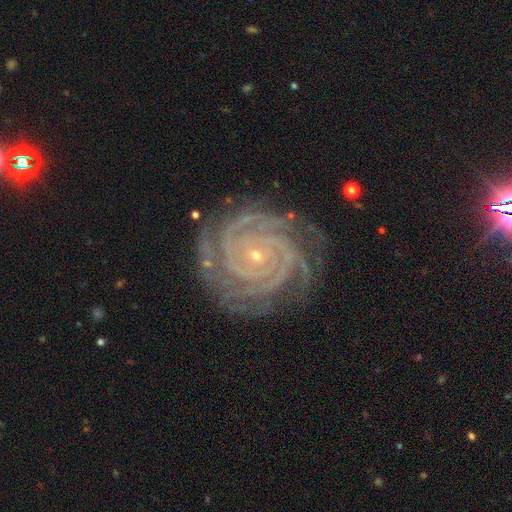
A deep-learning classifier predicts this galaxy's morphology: A featured or disk galaxy (92%) with no bar (74%), 3 (23%, tied with 4) tight (88%) spiral arms (99%) and a small central bulge (87%). Merging: none (80%).